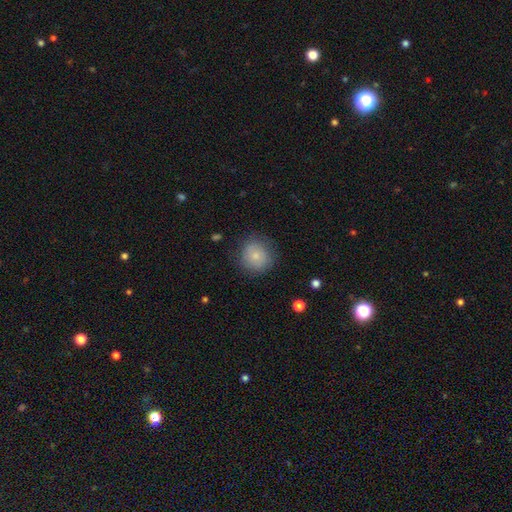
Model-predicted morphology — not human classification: Smooth or featured? smooth (75%)
How rounded? round (89%)
Merging? none (79%)